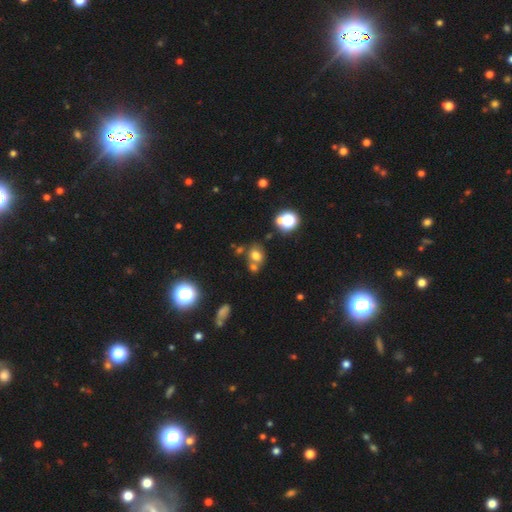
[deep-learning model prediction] Smooth or featured?
  - smooth: 68% *
  - star or artifact: 20%
  - featured or disk: 13%
How rounded?
  - round: 53% *
  - in between: 46%
  - cigar-shaped: 1%
Merging?
  - none: 52% *
  - merger: 31%
  - minor disturbance: 12%
  - major disturbance: 5%